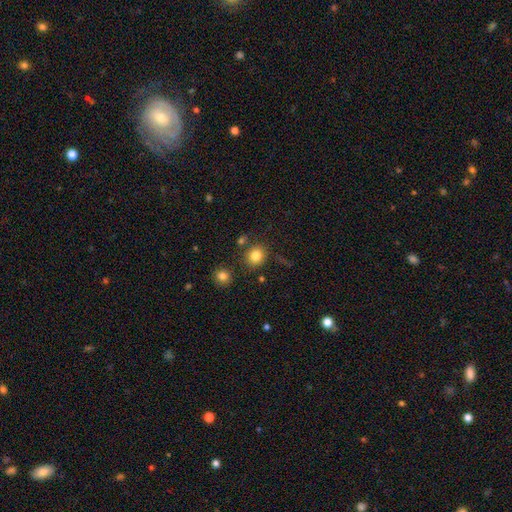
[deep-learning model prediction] smooth 82%, star or artifact 11%, featured or disk 6%. Down the decision tree: how rounded — round (78%); merging — none (81%).